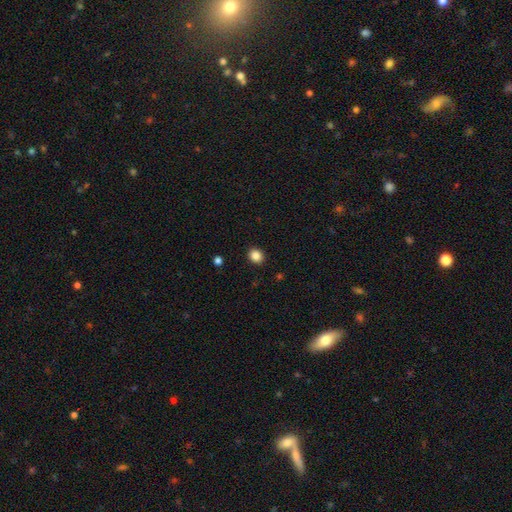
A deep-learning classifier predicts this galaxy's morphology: smooth-or-featured: smooth: 86% | star or artifact: 10% | featured or disk: 4%
  how-rounded: round: 66% | in between: 33% | cigar-shaped: 1%
  merging: none: 91% | minor disturbance: 6% | major disturbance: 2% | merger: 1%